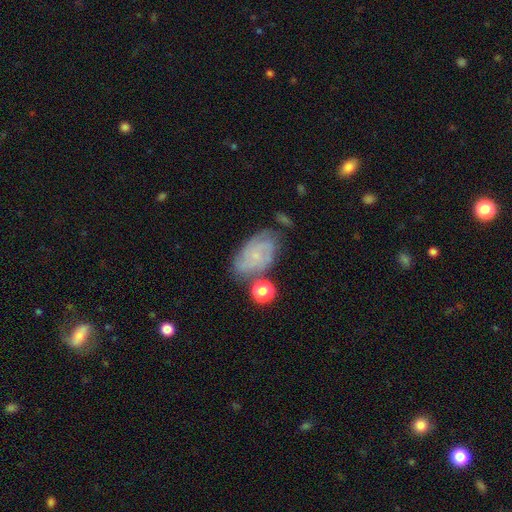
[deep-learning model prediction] smooth-or-featured: featured or disk: 68% | smooth: 23% | star or artifact: 9%
  disk-edge-on: no: 97% | yes: 3%
    bar: no: 73% | weak: 24% | strong: 4%
    has-spiral-arms: yes: 90% | no: 10%
      spiral-winding: tight: 52% | medium: 36% | loose: 12%
      spiral-arm-count: can't tell: 34% | 2: 26% | 3: 22% | 4: 8% | 1: 5% | more than 4: 5%
    bulge-size: small: 75% | none: 12% | moderate: 11% | large: 1% | dominant: 1%
  merging: none: 59% | minor disturbance: 24% | major disturbance: 9% | merger: 7%